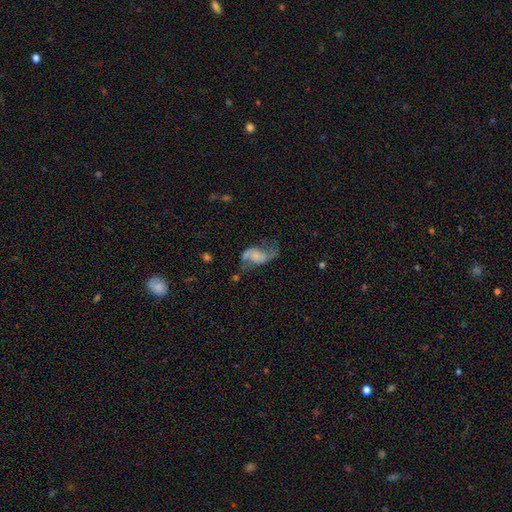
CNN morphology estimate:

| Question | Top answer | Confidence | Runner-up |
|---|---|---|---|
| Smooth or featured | featured or disk | 75% | smooth (16%) |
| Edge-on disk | no | 96% | yes (4%) |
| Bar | no | 59% | weak (32%) |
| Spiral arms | yes | 91% | no (9%) |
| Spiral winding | loose | 74% | medium (22%) |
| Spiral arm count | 2 | 90% | 1 (4%) |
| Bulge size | none | 41% | small (27%) |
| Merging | none | 54% | major disturbance (21%) |